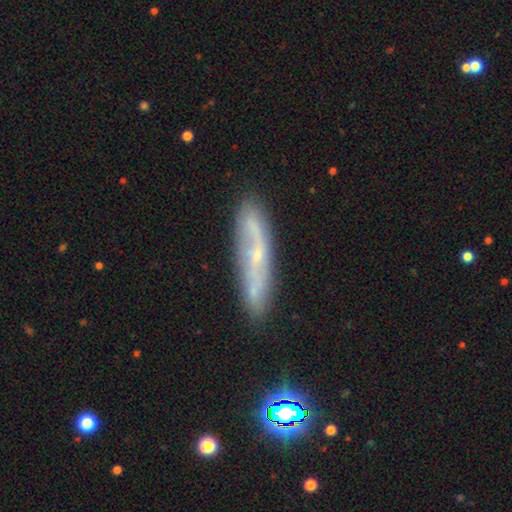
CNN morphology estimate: smooth_or_featured: featured or disk (p=0.63) [alt: smooth p=0.26]
disk_edge_on: no (p=0.51) [alt: yes p=0.49]
merging: none (p=0.77) [alt: minor disturbance p=0.16]